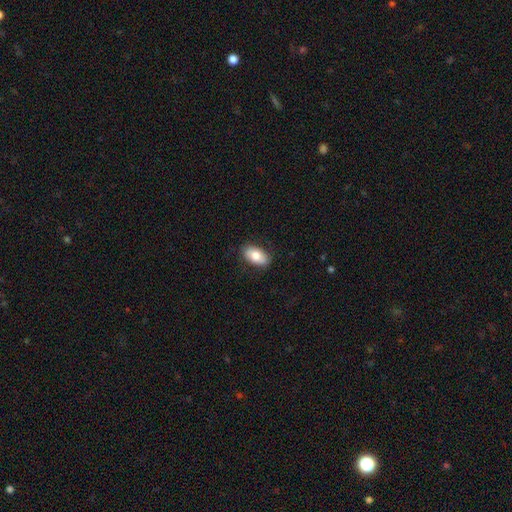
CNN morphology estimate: smooth-or-featured: smooth: 78% | featured or disk: 15% | star or artifact: 7%
  how-rounded: in between: 93% | round: 5% | cigar-shaped: 2%
  merging: none: 85% | minor disturbance: 11% | major disturbance: 3% | merger: 1%